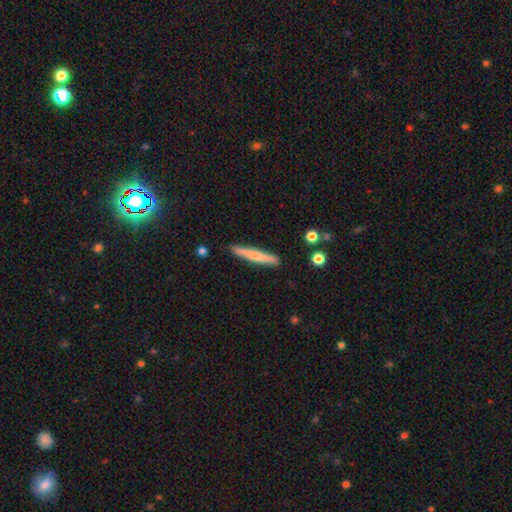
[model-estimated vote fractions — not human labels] The model was most divided on "smooth or featured": smooth: 57%, featured or disk: 37%, star or artifact: 6%. More confident: how rounded — cigar-shaped (94%); merging — none (87%).